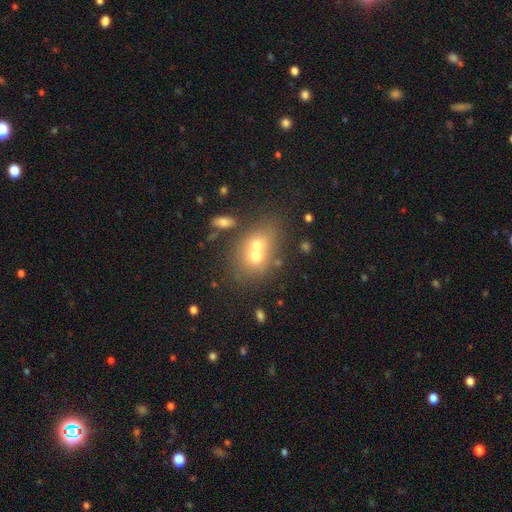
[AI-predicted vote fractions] smooth 58%, featured or disk 27%, star or artifact 15%. Down the decision tree: how rounded — round (60%); merging — merger (63%).